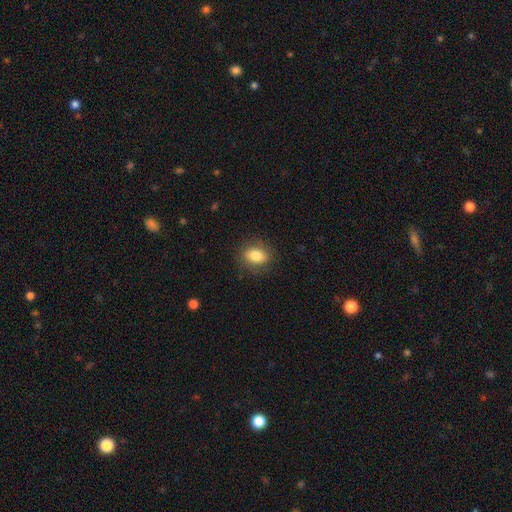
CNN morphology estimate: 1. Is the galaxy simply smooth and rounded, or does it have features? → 82% smooth, 9% featured or disk, 9% star or artifact.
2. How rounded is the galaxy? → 68% in between, 31% round, 2% cigar-shaped.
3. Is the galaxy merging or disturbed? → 84% none, 12% minor disturbance, 3% major disturbance, 1% merger.